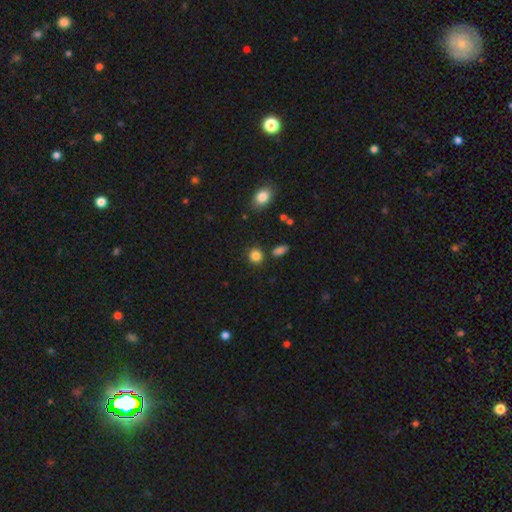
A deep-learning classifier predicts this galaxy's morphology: Overall: smooth (85%). How rounded: round (83%). Merging: none (81%).